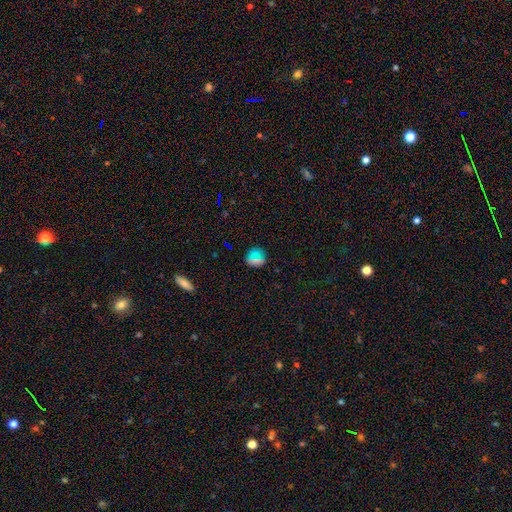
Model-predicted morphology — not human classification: Smooth or featured: smooth — 68% (star or artifact — 25%)
How rounded: round — 84% (in between — 14%)
Merging: none — 85% (minor disturbance — 9%)